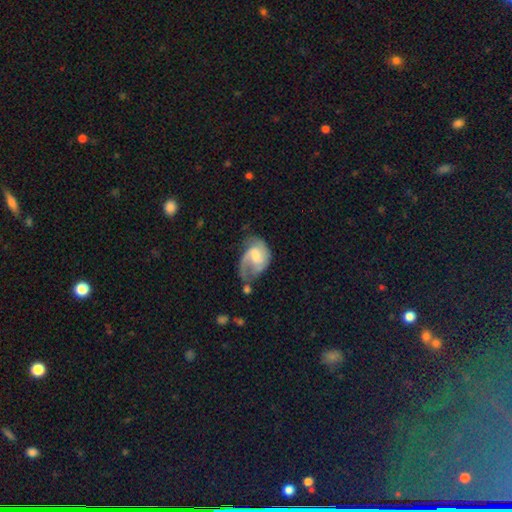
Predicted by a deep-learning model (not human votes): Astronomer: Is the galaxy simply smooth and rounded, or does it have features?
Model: featured or disk — 78%.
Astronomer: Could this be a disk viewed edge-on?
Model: no — 98%.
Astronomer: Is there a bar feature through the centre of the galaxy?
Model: no — 49% (runner-up: weak, 43%).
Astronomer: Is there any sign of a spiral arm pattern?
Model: yes — 94%.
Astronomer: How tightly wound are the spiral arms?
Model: medium — 48% (runner-up: tight, 27%).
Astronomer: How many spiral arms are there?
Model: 2 — 60%.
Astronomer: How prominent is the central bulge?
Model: moderate — 43% (runner-up: small, 41%).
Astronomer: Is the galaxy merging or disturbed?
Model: none — 36% (runner-up: major disturbance, 29%).